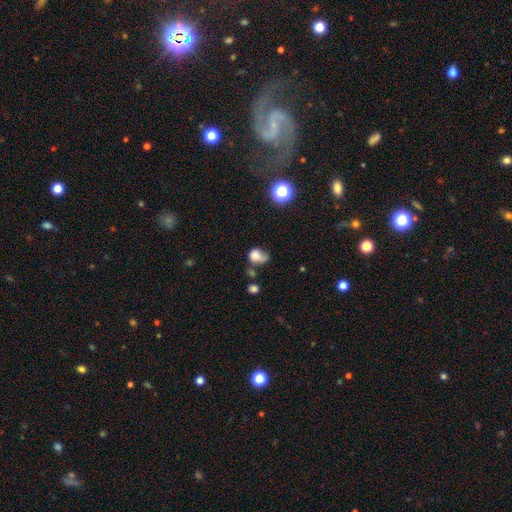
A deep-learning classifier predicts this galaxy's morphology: Smooth or featured? smooth (72%)
How rounded? round (55%)
Merging? major disturbance (30%)